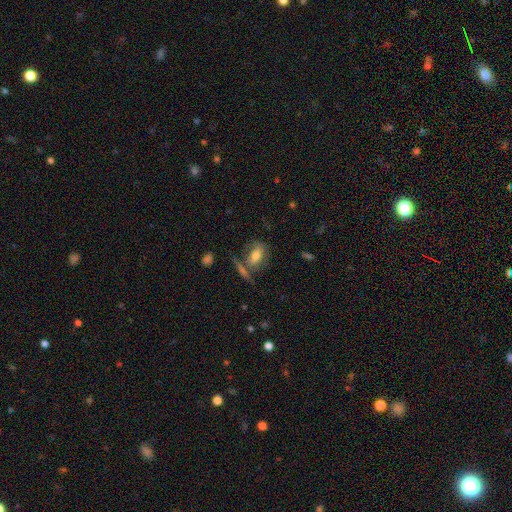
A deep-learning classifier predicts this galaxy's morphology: smooth 58%, featured or disk 33%, star or artifact 9%. Down the decision tree: how rounded — in between (77%); merging — none (50%).